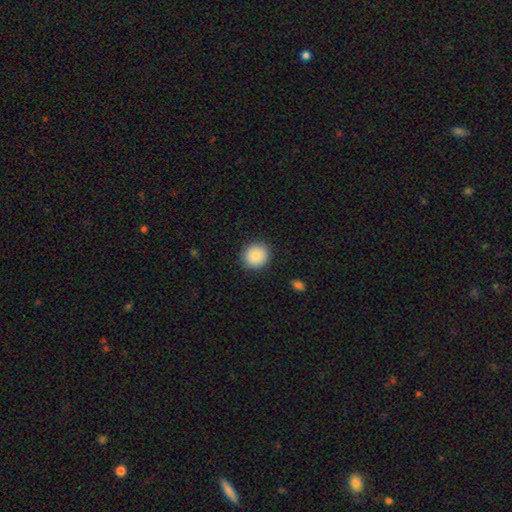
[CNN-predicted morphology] The model was most divided on "smooth or featured": smooth: 88%, star or artifact: 8%, featured or disk: 5%. More confident: merging — none (90%); how rounded — round (90%).